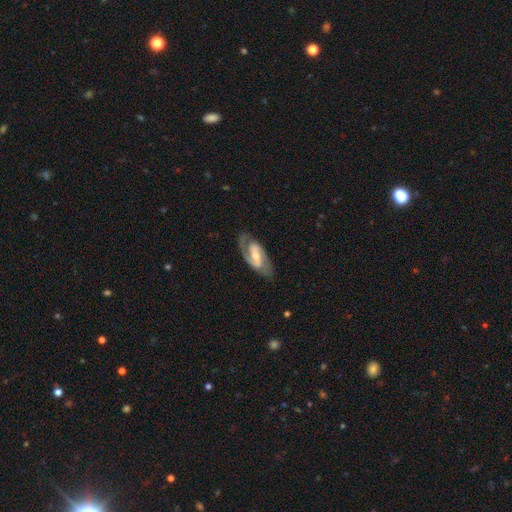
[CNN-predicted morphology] featured or disk 85%, smooth 11%, star or artifact 5%. Down the decision tree: edge-on disk — no (95%); bar — weak (43%); spiral arms — yes (95%); spiral arm count — 2 (88%); spiral winding — medium (50%); bulge size — moderate (54%); merging — none (79%).